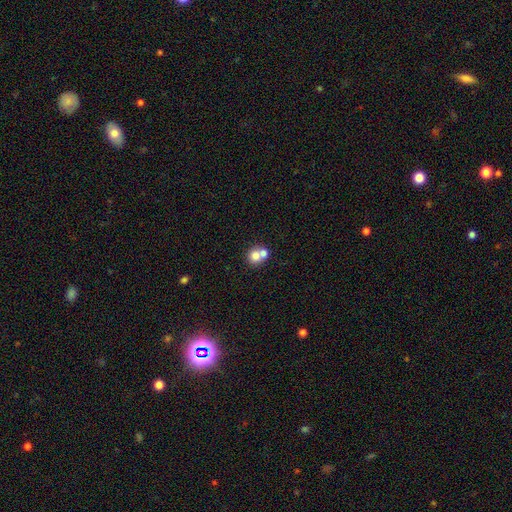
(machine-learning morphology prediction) Q: Smooth or featured?
A: smooth (76%); runner-up: featured or disk (14%)
Q: How rounded?
A: round (85%); runner-up: in between (14%)
Q: Merging?
A: merger (50%); runner-up: none (41%)